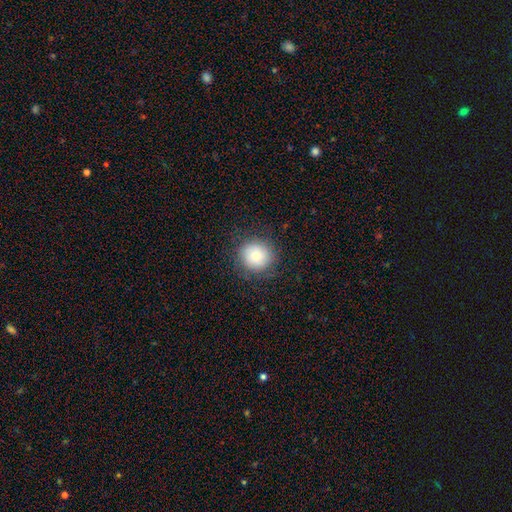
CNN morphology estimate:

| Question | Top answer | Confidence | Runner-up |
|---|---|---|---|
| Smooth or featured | smooth | 81% | featured or disk (10%) |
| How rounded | round | 90% | in between (9%) |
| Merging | none | 84% | minor disturbance (10%) |